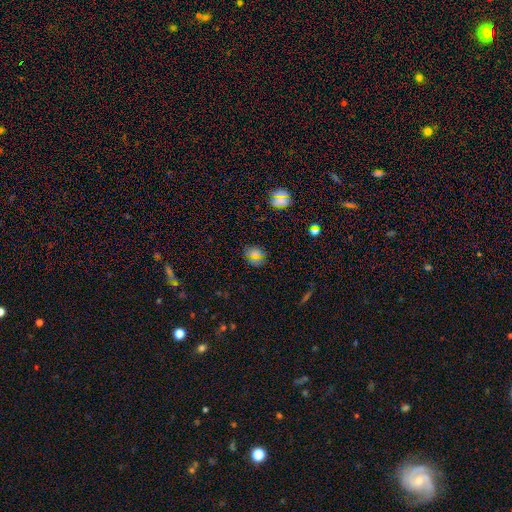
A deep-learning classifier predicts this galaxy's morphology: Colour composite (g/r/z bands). It shows a smooth galaxy with no disk features (62%) that is round (65%). Merging: none (86%).